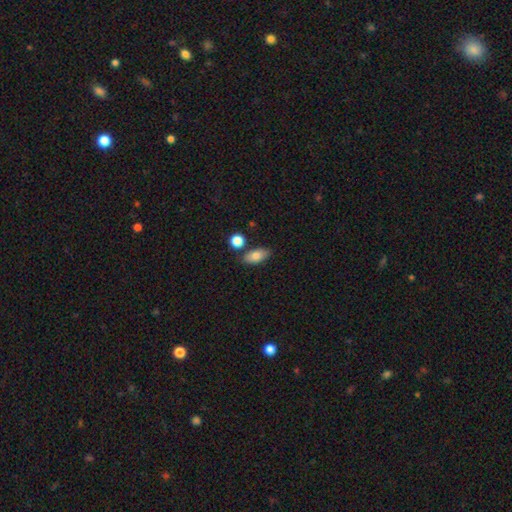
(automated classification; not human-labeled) smooth 79%, featured or disk 13%, star or artifact 8%. Down the decision tree: how rounded — in between (87%); merging — none (77%).